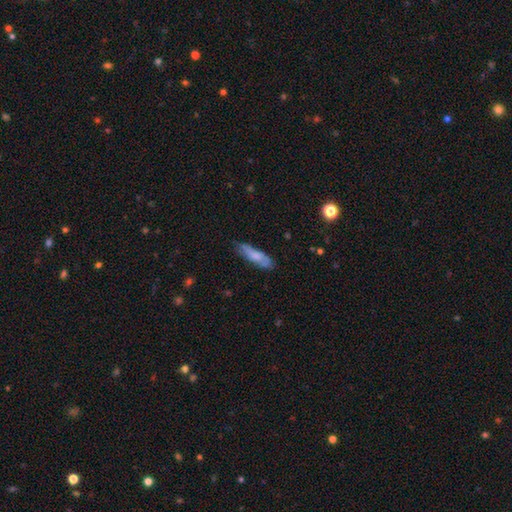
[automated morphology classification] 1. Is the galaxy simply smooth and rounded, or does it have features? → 65% smooth, 28% featured or disk, 7% star or artifact.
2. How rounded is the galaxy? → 61% cigar-shaped, 37% in between, 2% round.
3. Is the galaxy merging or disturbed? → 66% none, 26% minor disturbance, 6% major disturbance, 2% merger.